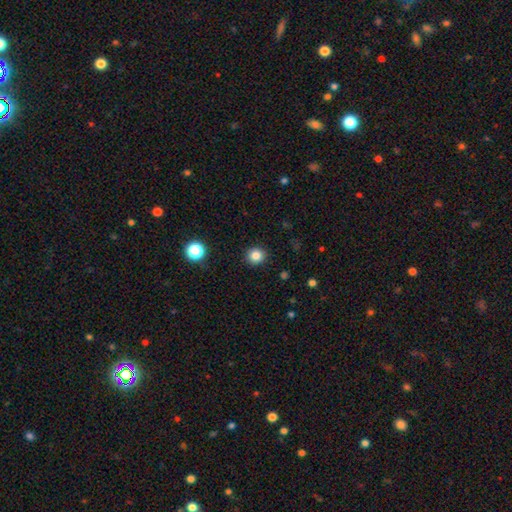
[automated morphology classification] type=smooth (83%); roundness=round (91%); merging=none (92%).